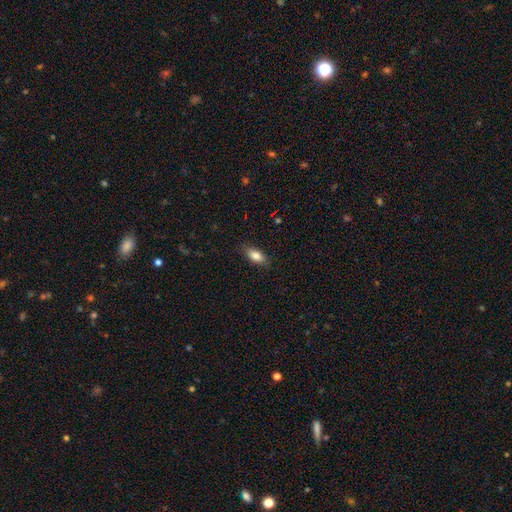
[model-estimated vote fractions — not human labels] This is clearly a smooth galaxy (84%). How rounded: clearly in between (85%). Merging: clearly none (85%).